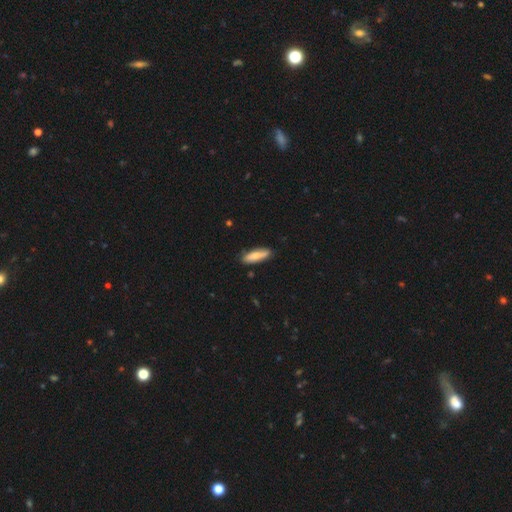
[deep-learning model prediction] This is likely a smooth galaxy (73%). How rounded: possibly cigar-shaped (58%). Merging: clearly none (82%).